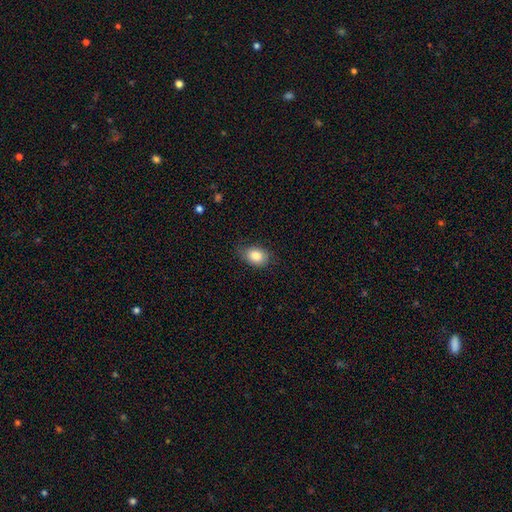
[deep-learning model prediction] This is clearly a smooth galaxy (84%). How rounded: likely in between (70%). Merging: likely none (70%).